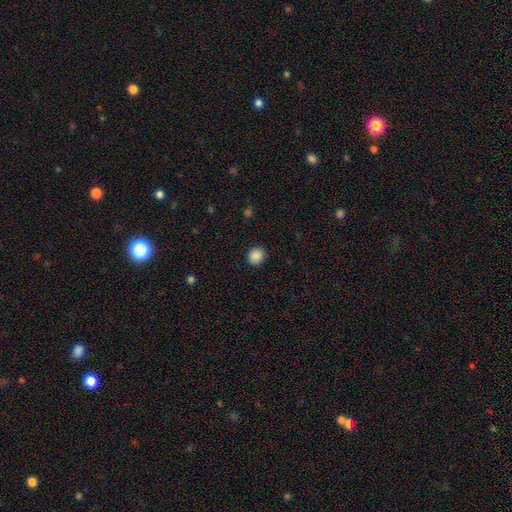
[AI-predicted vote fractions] The model was most divided on "how rounded": round: 81%, in between: 18%, cigar-shaped: 1%. More confident: merging — none (90%); smooth or featured — smooth (88%).